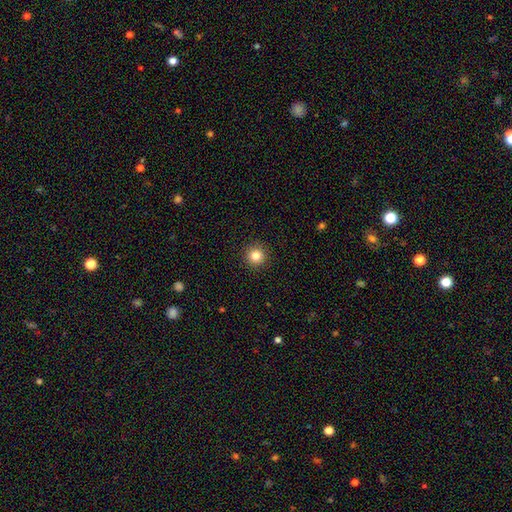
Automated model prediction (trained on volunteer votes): This appears to be a smooth galaxy with no disk features (83%) that is round (95%). Merging: none (93%).